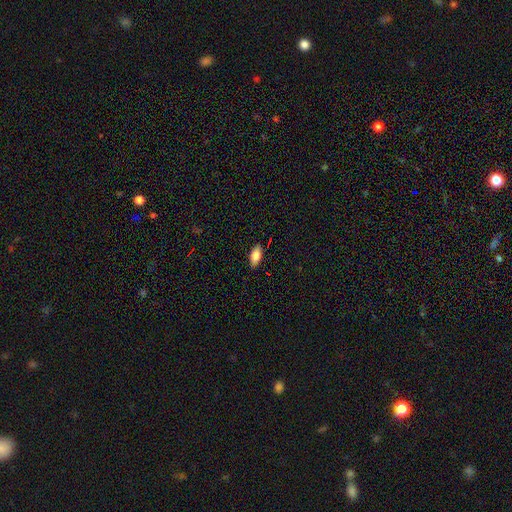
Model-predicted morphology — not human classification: A smooth galaxy with no disk features (80%) that is in between round and cigar-shaped (87%).

Vote fractions:
- Smooth or featured? smooth: 80% / featured or disk: 13% / star or artifact: 7%
- How rounded? in between: 87% / cigar-shaped: 10% / round: 3%
- Merging? none: 86% / minor disturbance: 11% / major disturbance: 2% / merger: 1%